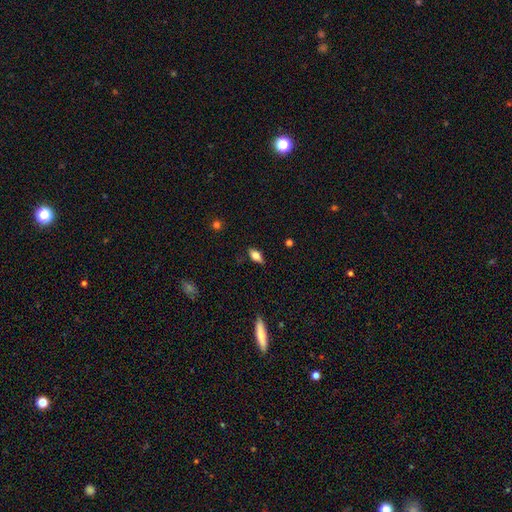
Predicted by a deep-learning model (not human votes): smooth 68%, featured or disk 23%, star or artifact 9%. Down the decision tree: how rounded — in between (83%); merging — none (83%).